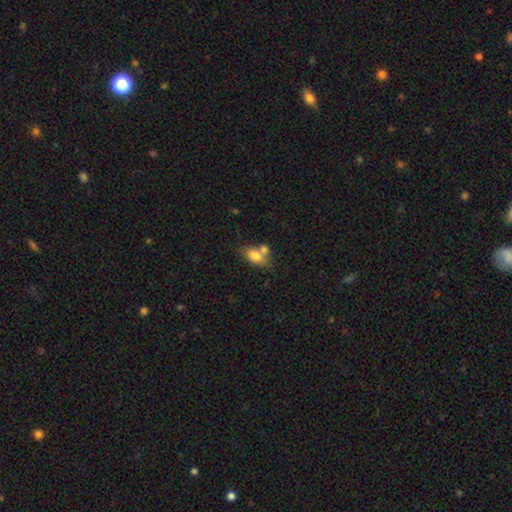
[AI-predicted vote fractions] Overall: smooth (77%). How rounded: in between (81%). Merging: none (42%; merger 40%).